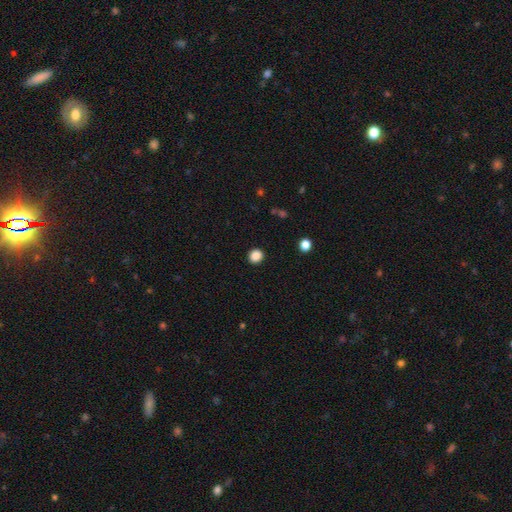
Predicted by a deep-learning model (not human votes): The model was most divided on "how rounded": round: 87%, in between: 12%, cigar-shaped: 1%. More confident: merging — none (91%); smooth or featured — smooth (87%).